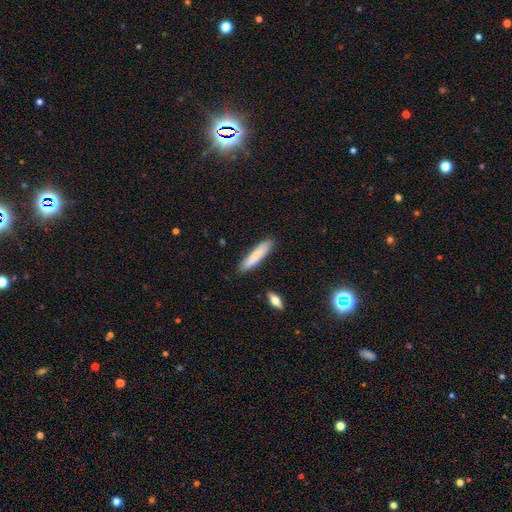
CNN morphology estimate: This is clearly a smooth galaxy (83%). How rounded: clearly cigar-shaped (85%). Merging: clearly none (87%).